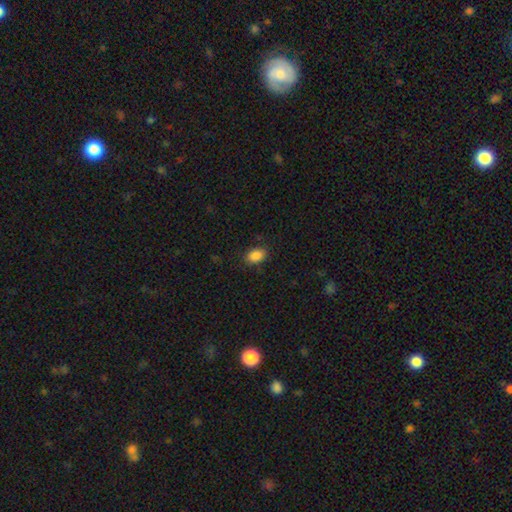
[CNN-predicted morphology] This appears to be a smooth galaxy with no disk features (88%) that is in between round and cigar-shaped (86%). Merging: none (86%).